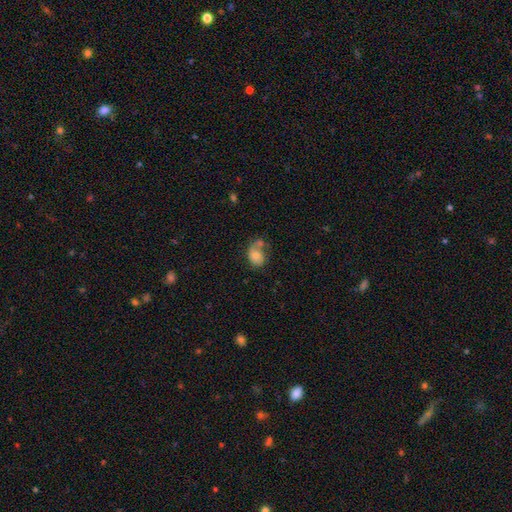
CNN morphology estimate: smooth 71%, featured or disk 20%, star or artifact 9%. Down the decision tree: how rounded — in between (66%); merging — none (34%).